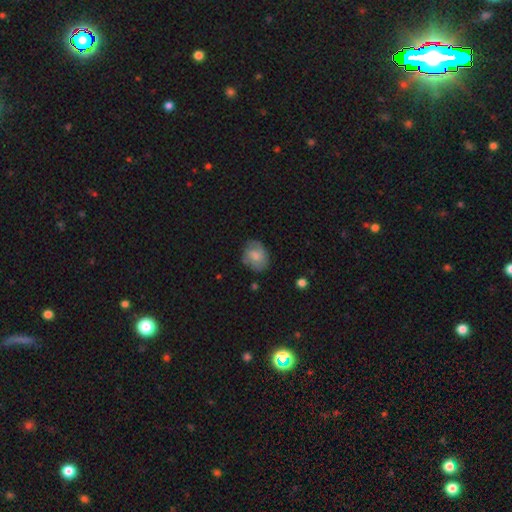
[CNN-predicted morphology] smooth-or-featured: smooth: 59% | featured or disk: 33% | star or artifact: 8%
  how-rounded: round: 54% | in between: 45% | cigar-shaped: 1%
  merging: none: 67% | minor disturbance: 23% | major disturbance: 9% | merger: 2%